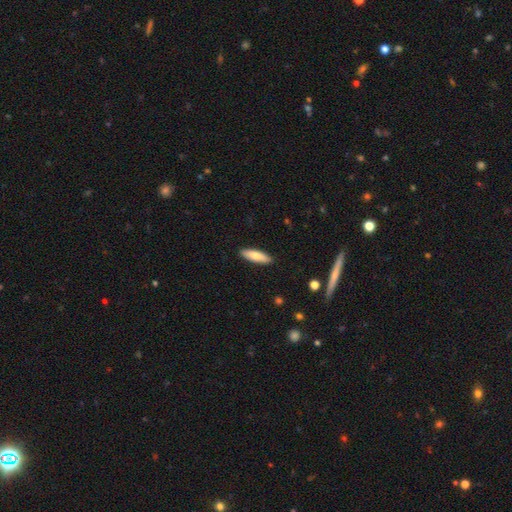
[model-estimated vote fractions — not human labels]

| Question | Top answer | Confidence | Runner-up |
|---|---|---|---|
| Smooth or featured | smooth | 78% | featured or disk (17%) |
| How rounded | cigar-shaped | 55% | in between (43%) |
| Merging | none | 90% | minor disturbance (8%) |